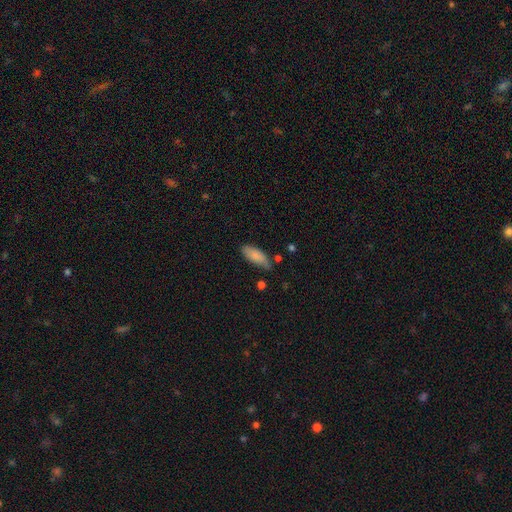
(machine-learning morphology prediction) smooth 84%, featured or disk 9%, star or artifact 6%. Down the decision tree: how rounded — in between (76%); merging — none (67%).